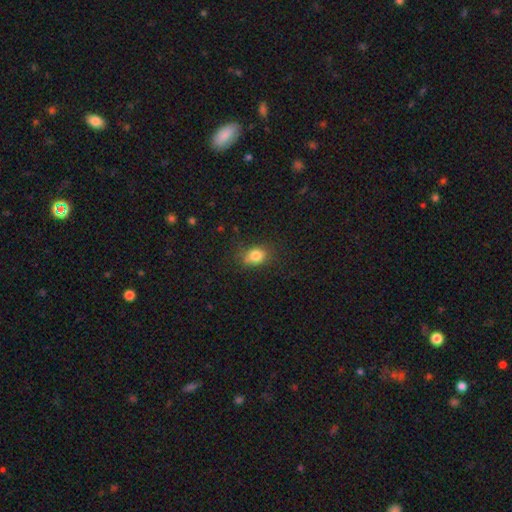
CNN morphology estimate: This is clearly a smooth galaxy (81%). How rounded: possibly in between (53%). Merging: likely none (68%).